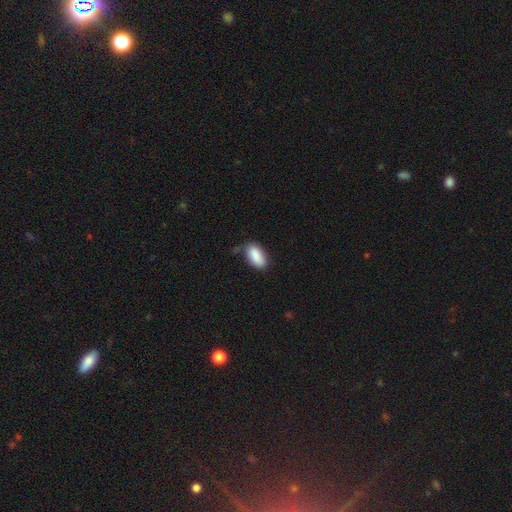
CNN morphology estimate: This is clearly a smooth galaxy (88%). How rounded: clearly in between (93%). Merging: likely none (71%).